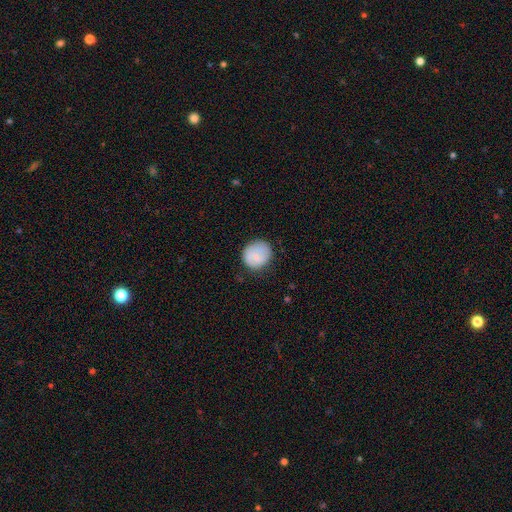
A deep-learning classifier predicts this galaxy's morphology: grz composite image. It shows a smooth galaxy with no disk features (83%) that is round (84%). Merging: none (79%).